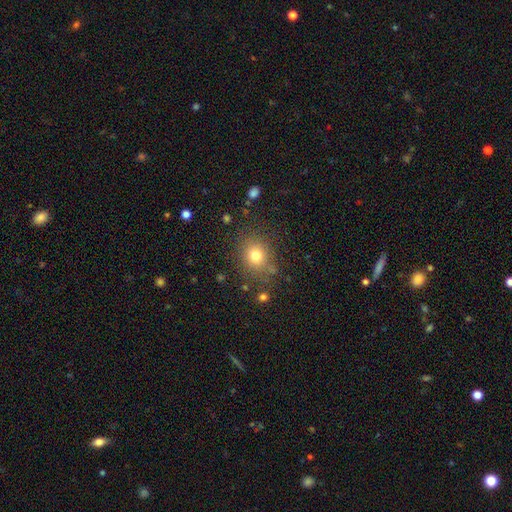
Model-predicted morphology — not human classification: smooth-or-featured: smooth: 77% | star or artifact: 14% | featured or disk: 9%
  how-rounded: round: 71% | in between: 28% | cigar-shaped: 1%
  merging: none: 81% | minor disturbance: 12% | major disturbance: 5% | merger: 3%